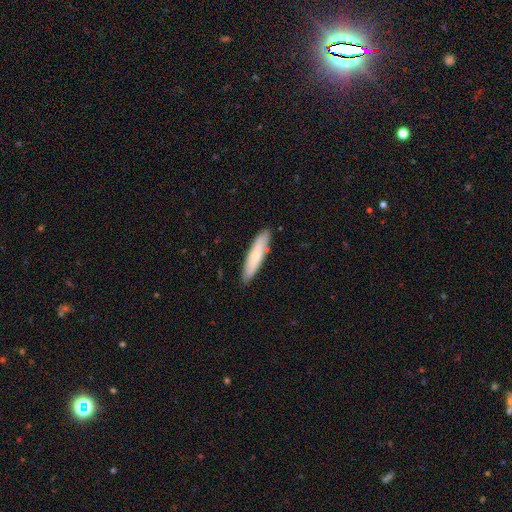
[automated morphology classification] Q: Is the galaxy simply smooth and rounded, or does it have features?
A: smooth — 66%.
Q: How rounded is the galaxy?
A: cigar-shaped — 79%.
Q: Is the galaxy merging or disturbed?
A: none — 86%.